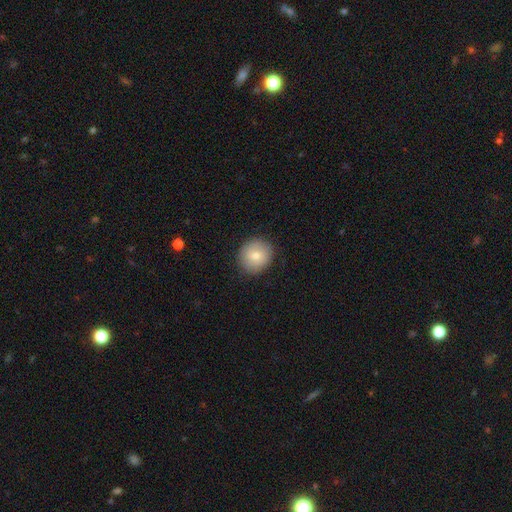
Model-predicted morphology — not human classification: smooth-or-featured: smooth: 75% | featured or disk: 18% | star or artifact: 7%
  how-rounded: round: 86% | in between: 13% | cigar-shaped: 1%
  merging: none: 86% | minor disturbance: 10% | major disturbance: 3% | merger: 1%